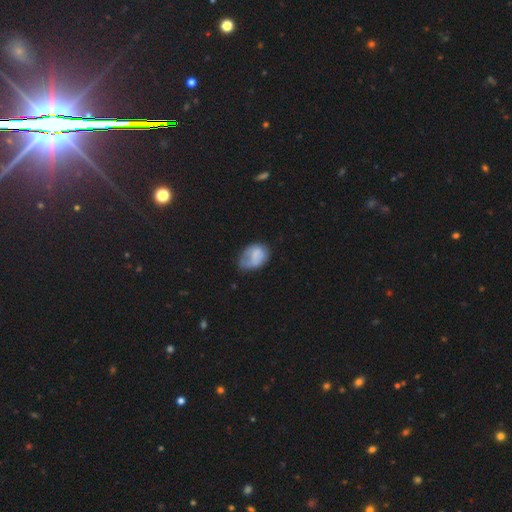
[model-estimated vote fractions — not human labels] smooth 66%, featured or disk 25%, star or artifact 9%. Down the decision tree: how rounded — in between (75%); merging — minor disturbance (39%).